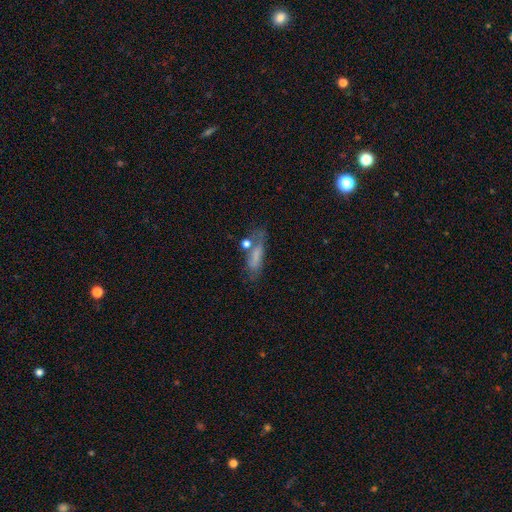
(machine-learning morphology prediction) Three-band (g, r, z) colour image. It shows a smooth galaxy with no disk features (63%) that is cigar-shaped (51%). Merging: none (48%).